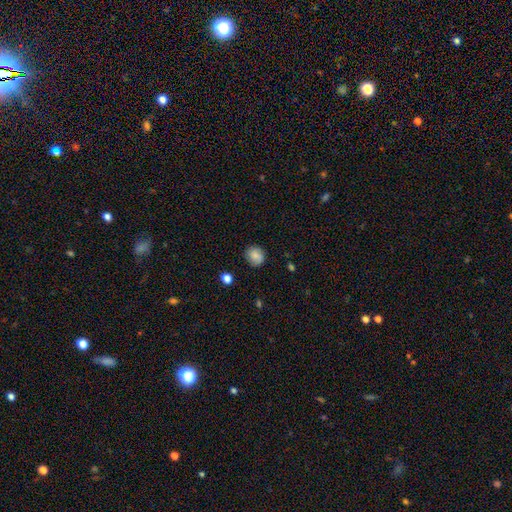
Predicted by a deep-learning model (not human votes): Overall: smooth (81%). How rounded: round (82%). Merging: none (81%).